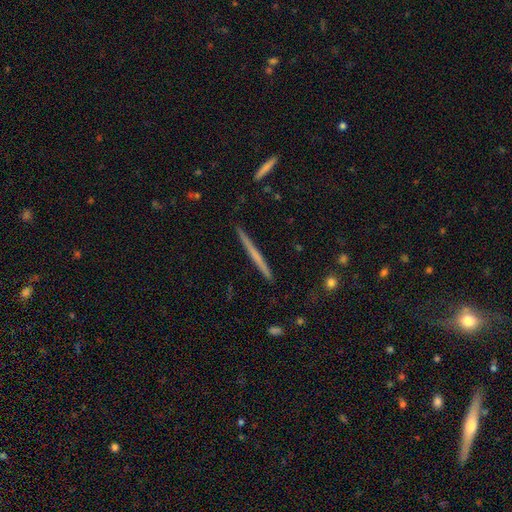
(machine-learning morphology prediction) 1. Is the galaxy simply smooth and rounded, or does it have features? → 51% featured or disk, 43% smooth, 6% star or artifact.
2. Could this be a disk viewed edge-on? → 98% yes, 2% no.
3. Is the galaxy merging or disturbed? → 91% none, 7% minor disturbance, 1% major disturbance, 1% merger.